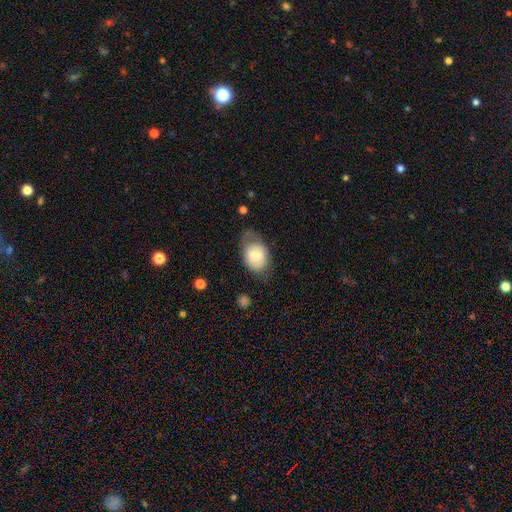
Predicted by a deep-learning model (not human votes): Overall: smooth (72%). How rounded: in between (71%). Merging: none (54%; minor disturbance 30%).